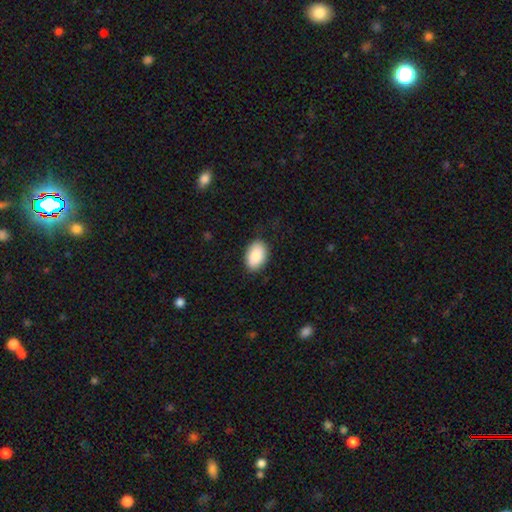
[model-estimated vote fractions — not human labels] smooth-or-featured: smooth: 88% | star or artifact: 6% | featured or disk: 6%
  how-rounded: in between: 90% | round: 9% | cigar-shaped: 1%
  merging: none: 85% | minor disturbance: 11% | major disturbance: 3% | merger: 1%